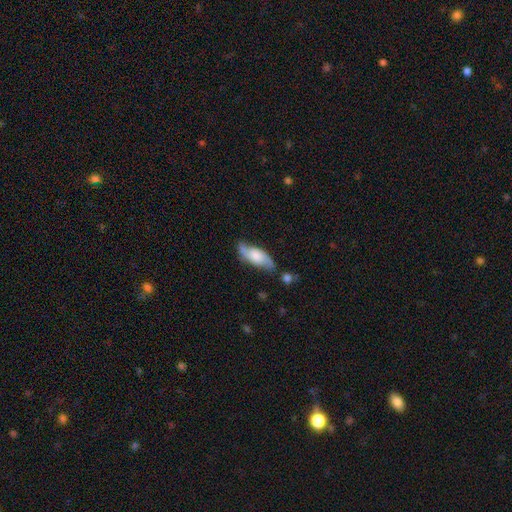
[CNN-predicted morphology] smooth_or_featured: featured or disk (p=0.52) [alt: smooth p=0.41]
disk_edge_on: no (p=0.75) [alt: yes p=0.25]
merging: none (p=0.64) [alt: minor disturbance p=0.23]